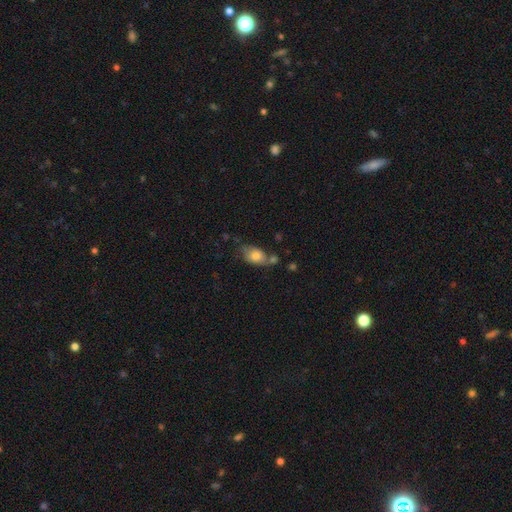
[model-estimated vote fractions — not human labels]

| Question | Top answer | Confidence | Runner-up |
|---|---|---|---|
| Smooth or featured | smooth | 77% | featured or disk (15%) |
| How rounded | in between | 82% | round (15%) |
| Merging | none | 44% | minor disturbance (24%) |